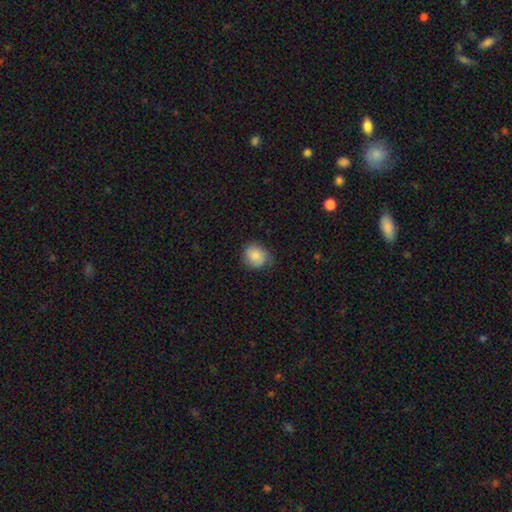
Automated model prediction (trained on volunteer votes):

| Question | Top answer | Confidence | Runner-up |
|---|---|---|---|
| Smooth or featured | smooth | 80% | featured or disk (13%) |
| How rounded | round | 73% | in between (26%) |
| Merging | none | 66% | minor disturbance (26%) |